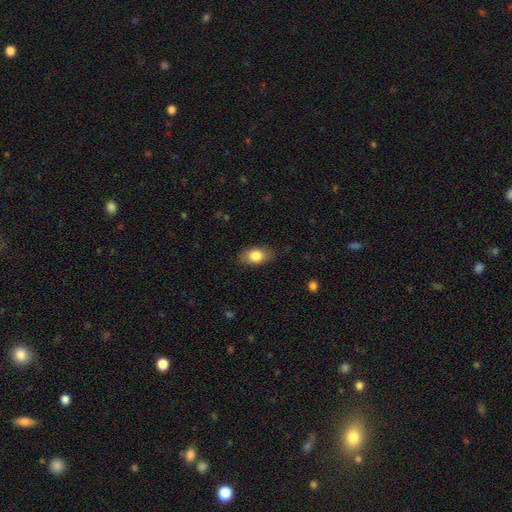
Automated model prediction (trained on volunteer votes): Morphology: type=smooth (81%); roundness=in between (86%); merging=none (81%).